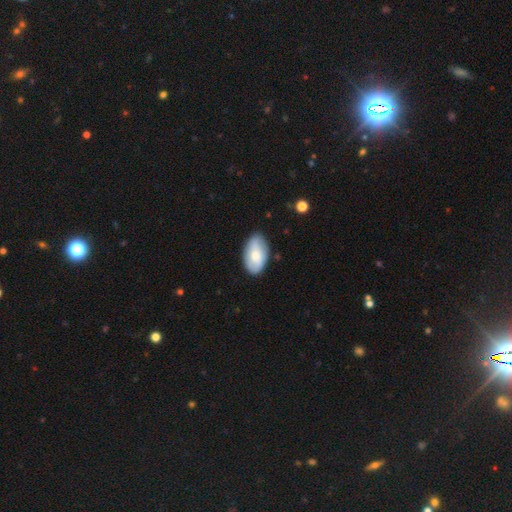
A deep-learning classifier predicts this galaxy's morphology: Overall: smooth (69%). How rounded: in between (95%). Merging: none (79%).